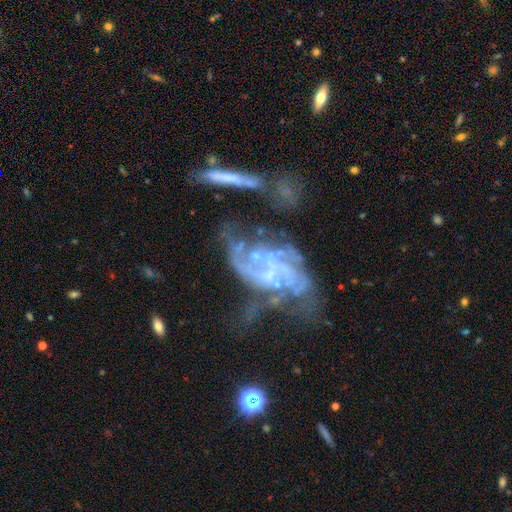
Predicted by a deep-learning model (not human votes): featured or disk 79%, star or artifact 11%, smooth 10%. Down the decision tree: edge-on disk — no (96%); bar — no (60%); spiral arms — yes (76%); spiral arm count — 2 (38%); spiral winding — loose (38%, tied with medium); bulge size — none (44%); merging — major disturbance (34%).